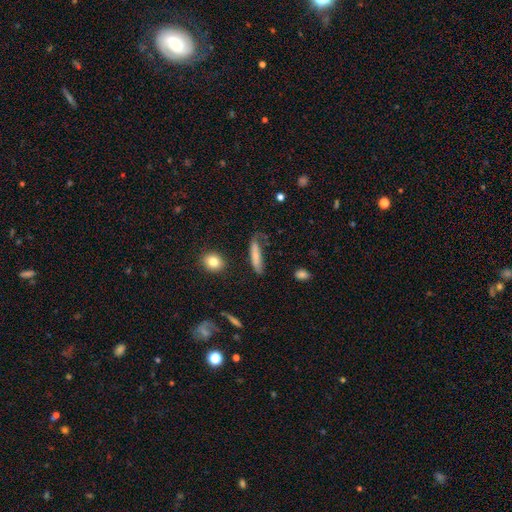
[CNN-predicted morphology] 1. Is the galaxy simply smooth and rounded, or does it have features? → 70% smooth, 23% featured or disk, 7% star or artifact.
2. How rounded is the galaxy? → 77% cigar-shaped, 21% in between, 2% round.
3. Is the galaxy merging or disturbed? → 55% none, 28% minor disturbance, 14% major disturbance, 3% merger.